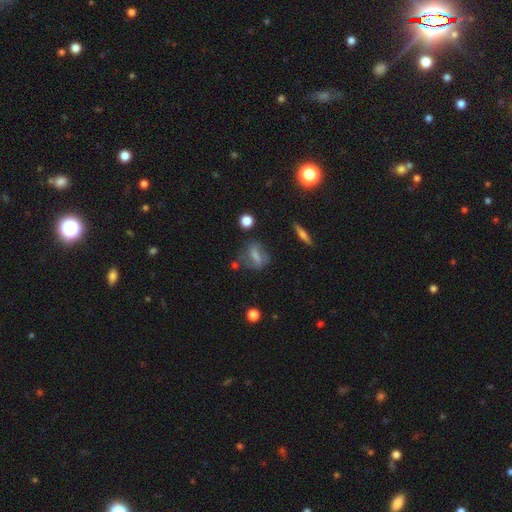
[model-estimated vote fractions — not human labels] smooth-or-featured: smooth: 48% | featured or disk: 41% | star or artifact: 12%
  merging: none: 59% | minor disturbance: 23% | major disturbance: 13% | merger: 6%